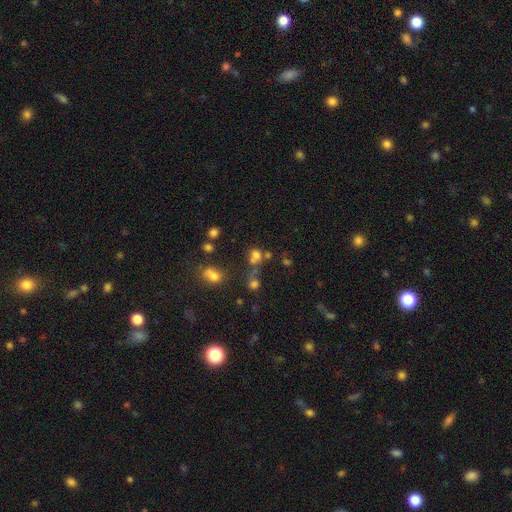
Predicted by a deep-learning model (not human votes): A smooth galaxy with no disk features (67%) that is round (71%). Merging: none (45%).